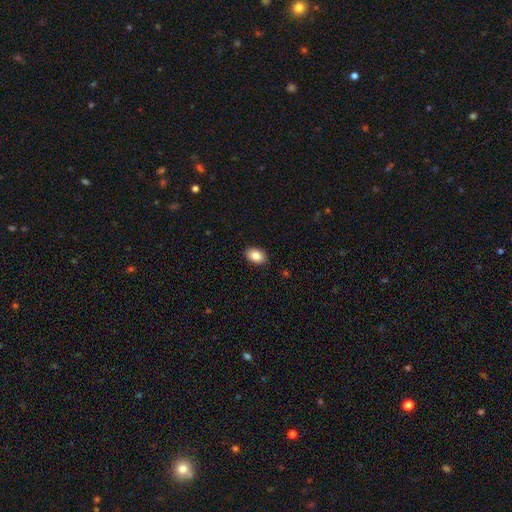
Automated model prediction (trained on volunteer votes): smooth-or-featured: smooth: 86% | star or artifact: 8% | featured or disk: 7%
  how-rounded: in between: 85% | round: 14% | cigar-shaped: 1%
  merging: none: 90% | minor disturbance: 7% | major disturbance: 2% | merger: 1%